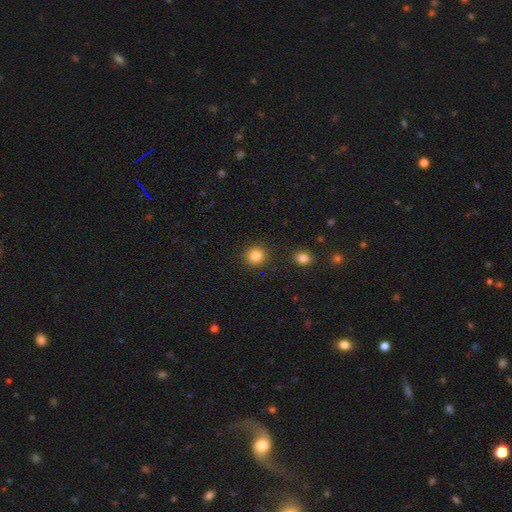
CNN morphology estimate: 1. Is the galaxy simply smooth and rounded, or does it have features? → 84% smooth, 11% star or artifact, 5% featured or disk.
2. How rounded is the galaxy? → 87% round, 12% in between, 1% cigar-shaped.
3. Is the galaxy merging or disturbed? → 89% none, 7% minor disturbance, 2% merger, 2% major disturbance.